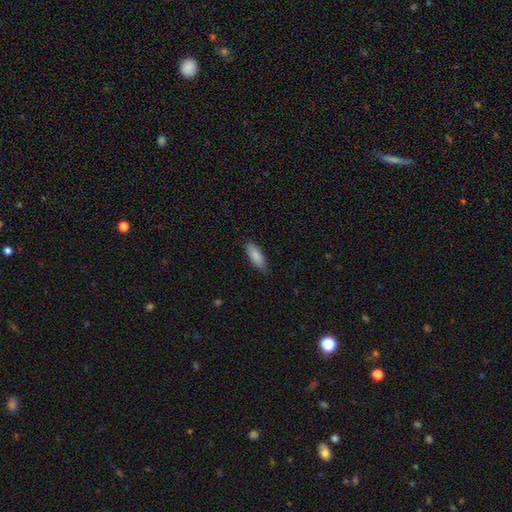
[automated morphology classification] The model was most divided on "how rounded": in between: 64%, cigar-shaped: 34%, round: 2%. More confident: smooth or featured — smooth (87%); merging — none (85%).